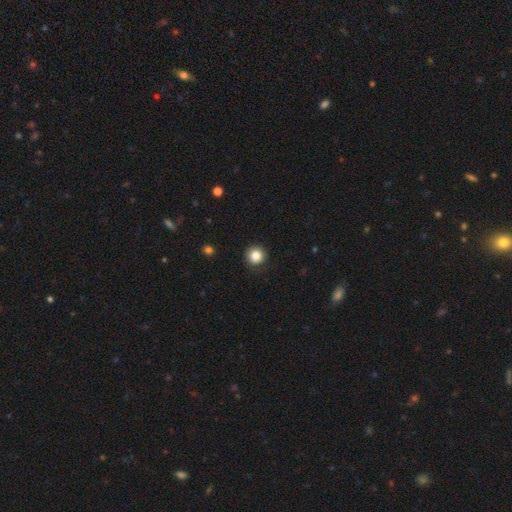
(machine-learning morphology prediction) A smooth galaxy with no disk features (85%) that is round (95%). Merging: none (92%).